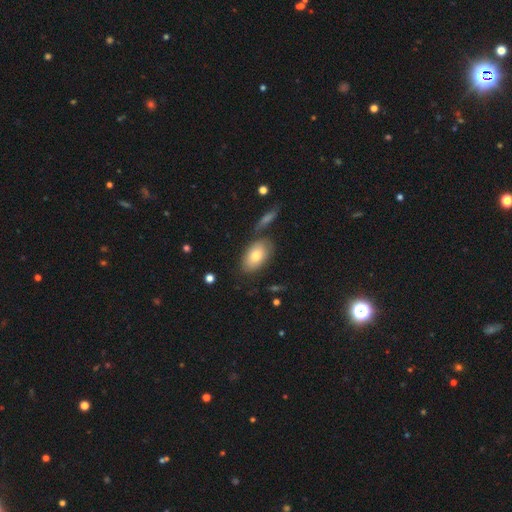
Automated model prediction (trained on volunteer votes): Overall: smooth (76%). How rounded: in between (92%). Merging: none (68%).